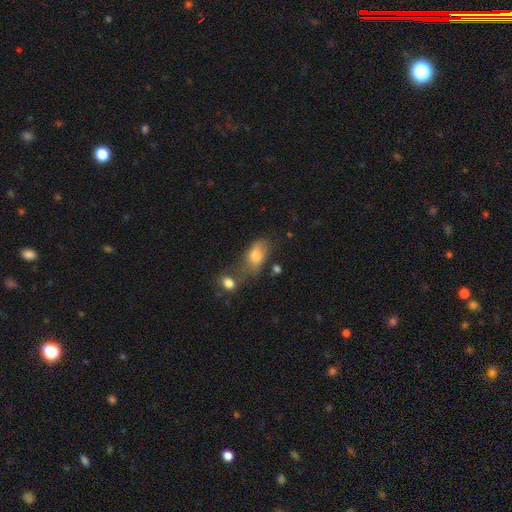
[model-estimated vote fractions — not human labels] Morphology: type=smooth (77%); roundness=in between (87%); merging=none (45%).